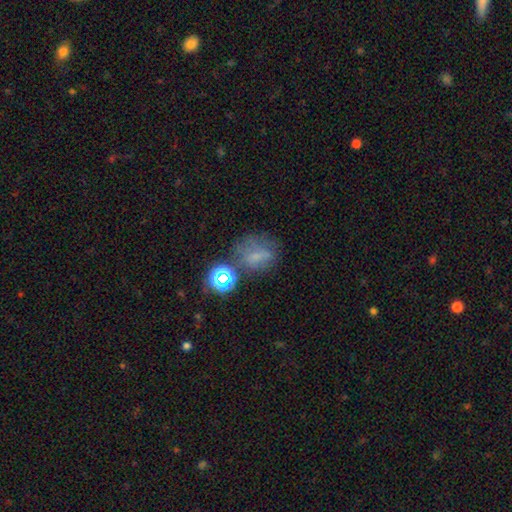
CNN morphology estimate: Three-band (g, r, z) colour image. It shows a smooth galaxy with no disk features (49%). Merging: none (50%).